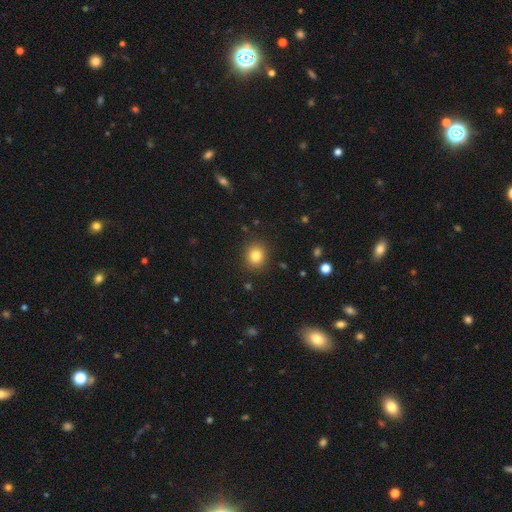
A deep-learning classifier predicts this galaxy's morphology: This is clearly a smooth galaxy (82%). How rounded: clearly round (80%). Merging: clearly none (90%).